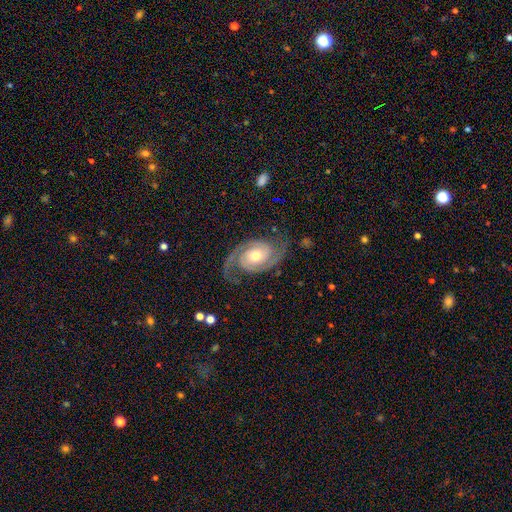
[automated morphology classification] A featured or disk galaxy (92%) with no bar (68%), 2 (93%) medium (47%) spiral arms (98%) and a moderate central bulge (70%).

Vote fractions:
- Smooth or featured? featured or disk: 92% / star or artifact: 4% / smooth: 4%
- Edge-on disk? no: 97% / yes: 3%
- Bar? no: 68% / weak: 24% / strong: 8%
- Spiral arms? yes: 98% / no: 2%
- Spiral winding? medium: 47% / tight: 41% / loose: 11%
- Spiral arm count? 2: 93% / can't tell: 2% / 3: 2% / 1: 1% / 4: 1% / more than 4: 1%
- Bulge size? moderate: 70% / small: 21% / large: 7% / none: 1% / dominant: 1%
- Merging? none: 79% / minor disturbance: 14% / major disturbance: 6% / merger: 1%